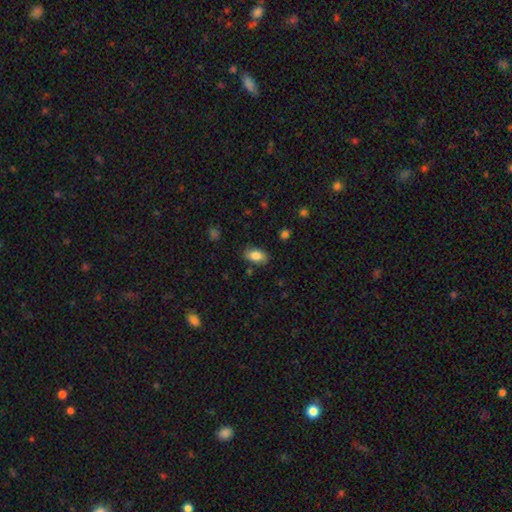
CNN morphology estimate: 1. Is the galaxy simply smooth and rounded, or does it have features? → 84% smooth, 9% featured or disk, 7% star or artifact.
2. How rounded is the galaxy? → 92% in between, 6% round, 2% cigar-shaped.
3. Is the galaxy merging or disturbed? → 82% none, 13% minor disturbance, 3% major disturbance, 2% merger.